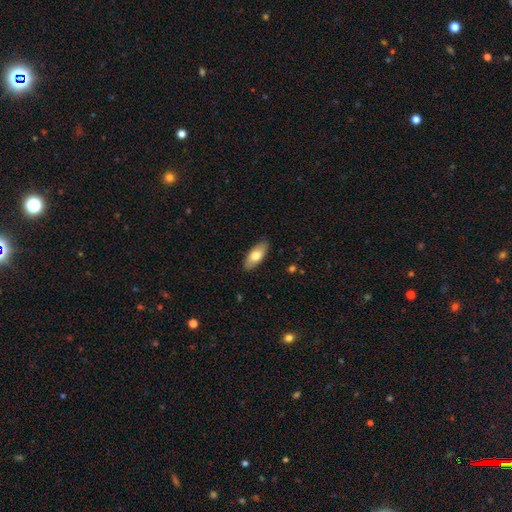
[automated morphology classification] A smooth galaxy with no disk features (75%) that is in between round and cigar-shaped (86%).

Vote fractions:
- Smooth or featured? smooth: 75% / featured or disk: 19% / star or artifact: 6%
- How rounded? in between: 86% / cigar-shaped: 11% / round: 2%
- Merging? none: 87% / minor disturbance: 10% / major disturbance: 2% / merger: 1%